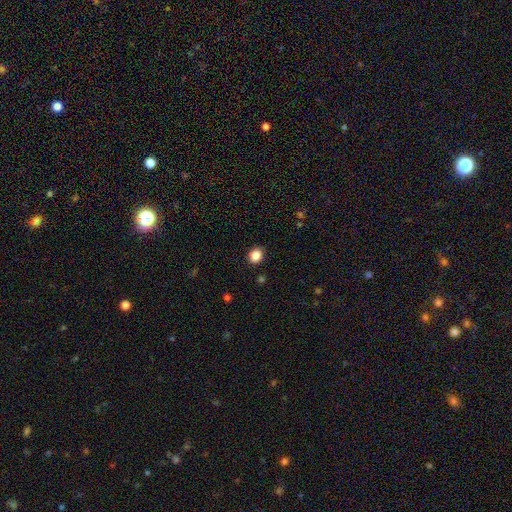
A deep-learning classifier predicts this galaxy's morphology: Smooth or featured?
  - smooth: 86% *
  - star or artifact: 10%
  - featured or disk: 3%
How rounded?
  - round: 63% *
  - in between: 36%
  - cigar-shaped: 1%
Merging?
  - none: 90% *
  - minor disturbance: 7%
  - major disturbance: 2%
  - merger: 1%